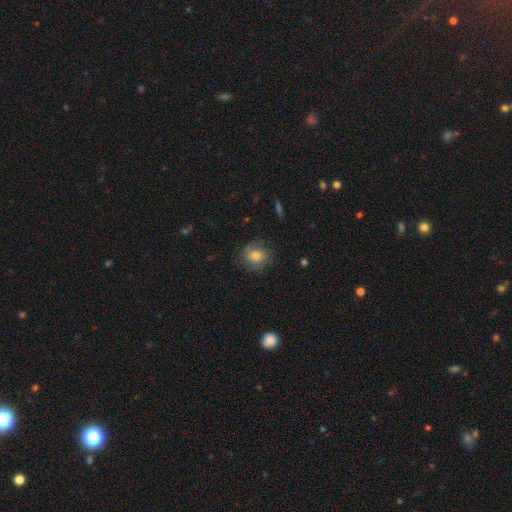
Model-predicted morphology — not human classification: This appears to be a smooth galaxy with no disk features (50%). Merging: none (74%).